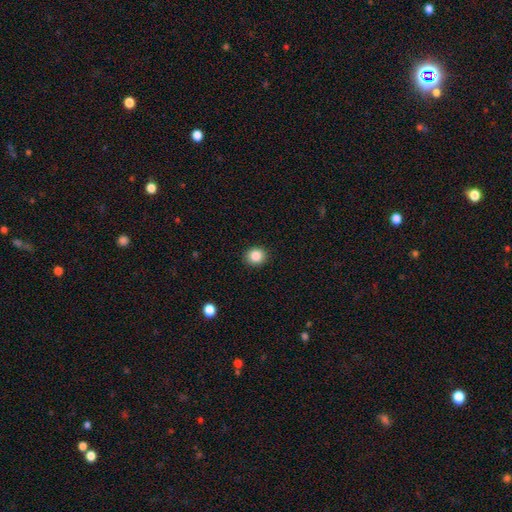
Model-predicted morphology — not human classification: Smooth or featured: smooth — 86% (star or artifact — 10%)
How rounded: round — 81% (in between — 18%)
Merging: none — 91% (minor disturbance — 7%)